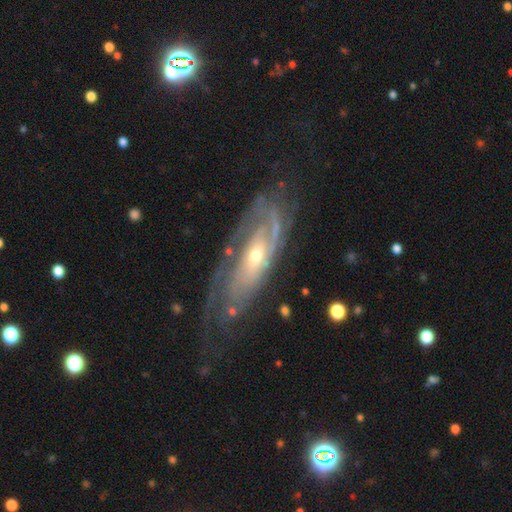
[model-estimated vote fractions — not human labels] Smooth or featured: featured or disk — 84% (smooth — 10%)
Edge-on disk: no — 88% (yes — 12%)
Bar: no — 70% (weak — 22%)
Spiral arms: yes — 91% (no — 9%)
Spiral winding: tight — 62% (medium — 29%)
Spiral arm count: can't tell — 43% (2 — 28%)
Bulge size: small — 54% (moderate — 42%)
Merging: none — 58% (minor disturbance — 22%)